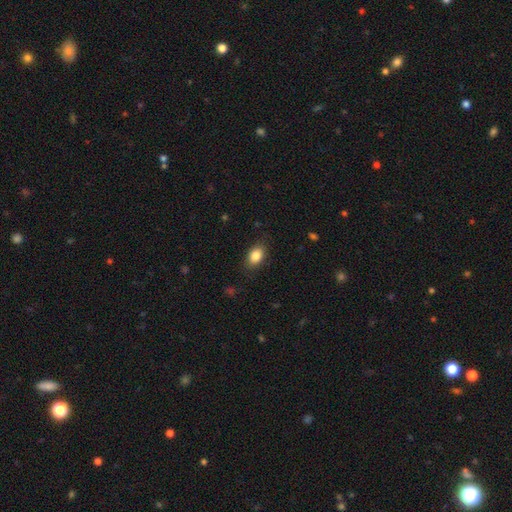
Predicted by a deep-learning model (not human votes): The model was most divided on "merging": none: 84%, minor disturbance: 12%, major disturbance: 3%, merger: 1%. More confident: how rounded — in between (86%); smooth or featured — smooth (86%).